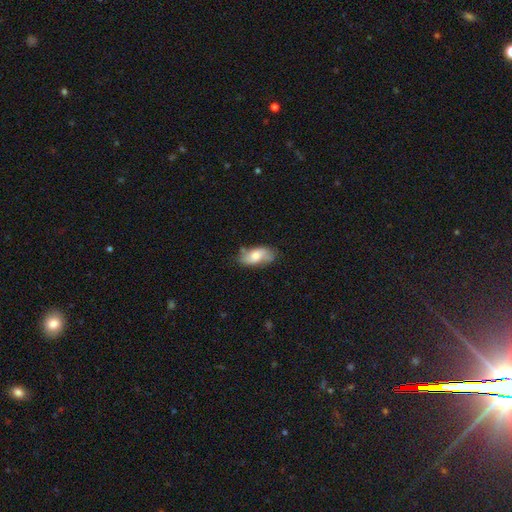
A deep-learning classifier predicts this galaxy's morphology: smooth-or-featured: smooth: 63% | featured or disk: 30% | star or artifact: 7%
  how-rounded: in between: 88% | cigar-shaped: 8% | round: 4%
  merging: none: 59% | minor disturbance: 28% | major disturbance: 9% | merger: 4%